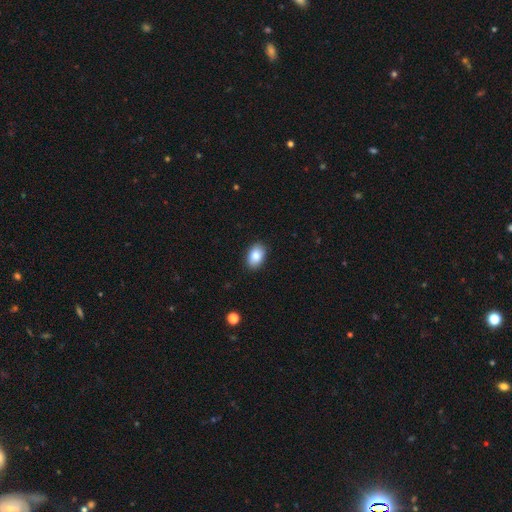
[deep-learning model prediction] The model was most divided on "how rounded": in between: 87%, round: 12%, cigar-shaped: 1%. More confident: merging — none (89%); smooth or featured — smooth (85%).